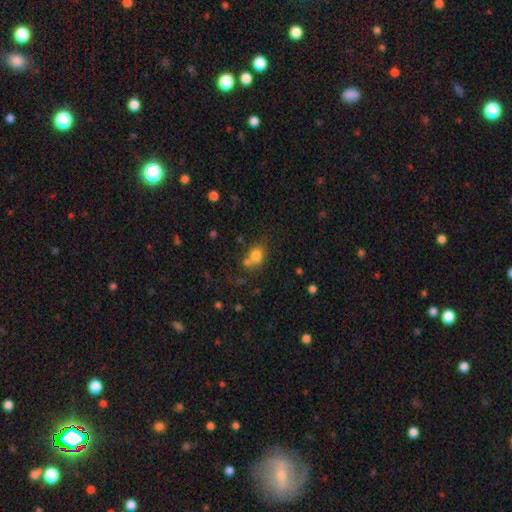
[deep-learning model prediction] This is likely a smooth galaxy (78%). How rounded: possibly round (54%). Merging: possibly none (49%).